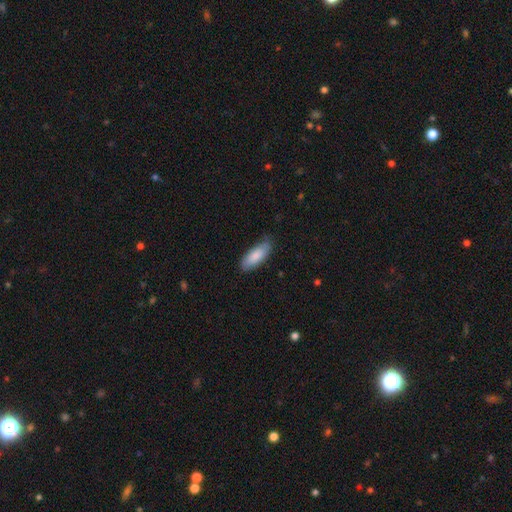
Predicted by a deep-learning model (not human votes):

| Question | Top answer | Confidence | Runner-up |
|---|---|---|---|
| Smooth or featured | smooth | 85% | featured or disk (10%) |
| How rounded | in between | 78% | cigar-shaped (21%) |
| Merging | none | 75% | minor disturbance (20%) |